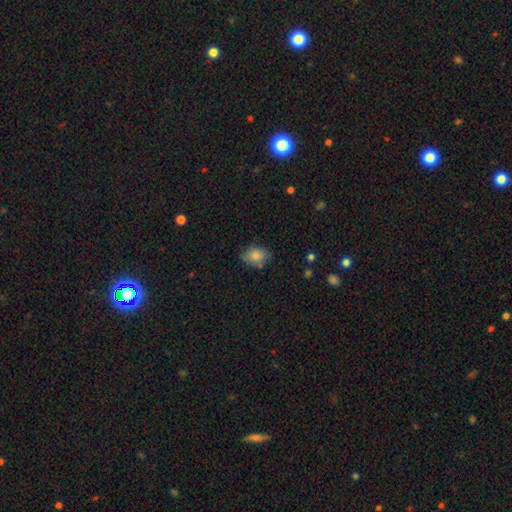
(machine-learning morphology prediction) Smooth or featured? smooth (83%)
How rounded? in between (66%)
Merging? none (72%)